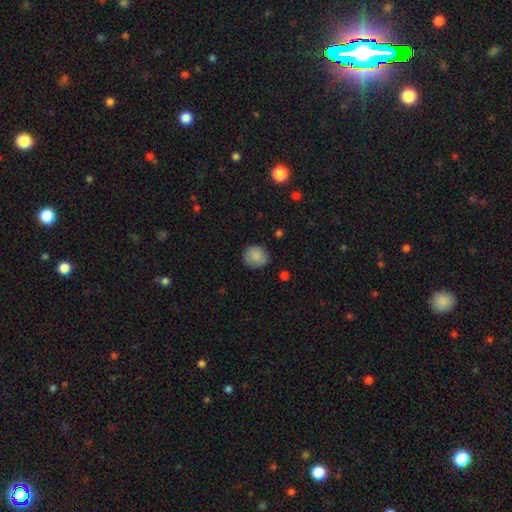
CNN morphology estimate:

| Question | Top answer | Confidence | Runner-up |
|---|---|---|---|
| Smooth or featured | smooth | 84% | featured or disk (8%) |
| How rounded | round | 82% | in between (17%) |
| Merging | none | 80% | minor disturbance (15%) |